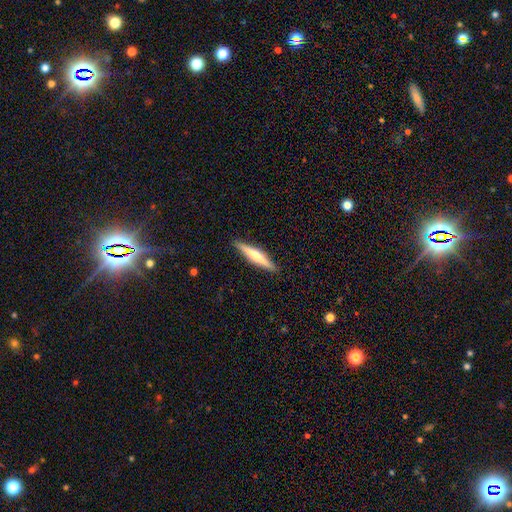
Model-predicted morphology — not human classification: smooth 50%, featured or disk 45%, star or artifact 6%. Down the decision tree: merging — none (90%).